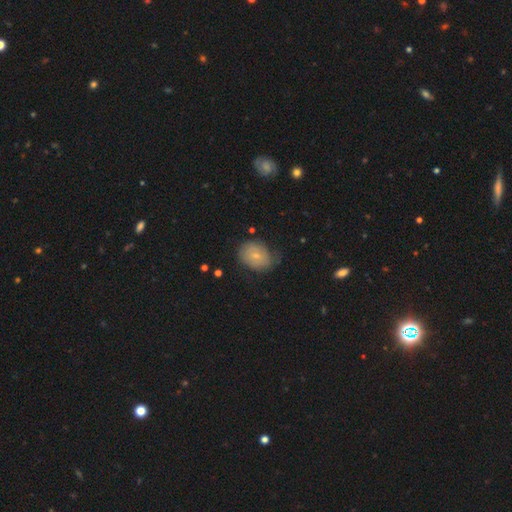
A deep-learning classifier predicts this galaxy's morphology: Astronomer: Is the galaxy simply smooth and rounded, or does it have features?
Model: smooth — 61%.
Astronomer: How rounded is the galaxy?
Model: in between — 61% (runner-up: round, 38%).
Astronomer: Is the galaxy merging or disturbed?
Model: none — 56% (runner-up: minor disturbance, 32%).